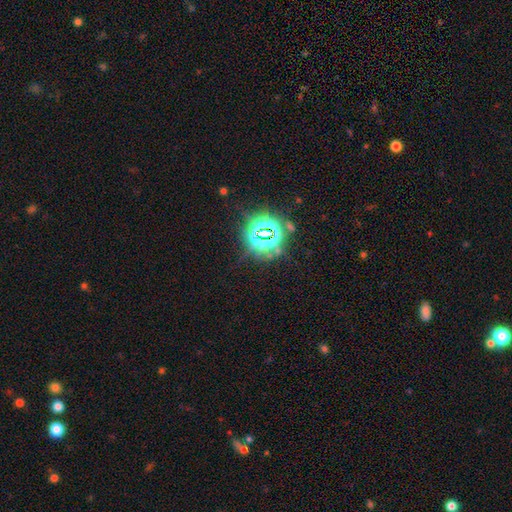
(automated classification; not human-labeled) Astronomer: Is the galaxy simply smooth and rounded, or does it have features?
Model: star or artifact — 83%.